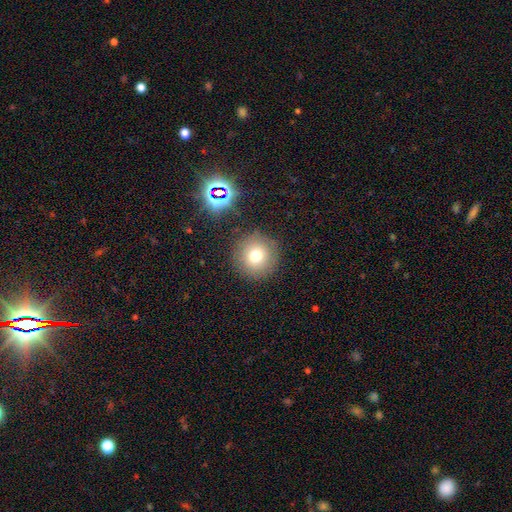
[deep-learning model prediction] Morphology: type=smooth (73%); roundness=round (94%); merging=none (87%).